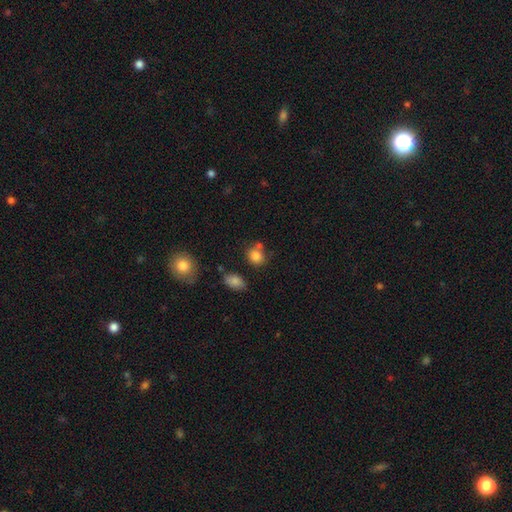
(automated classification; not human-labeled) A smooth galaxy with no disk features (82%) that is round (68%).

Vote fractions:
- Smooth or featured? smooth: 82% / star or artifact: 11% / featured or disk: 7%
- How rounded? round: 68% / in between: 31% / cigar-shaped: 1%
- Merging? none: 62% / merger: 18% / minor disturbance: 15% / major disturbance: 5%